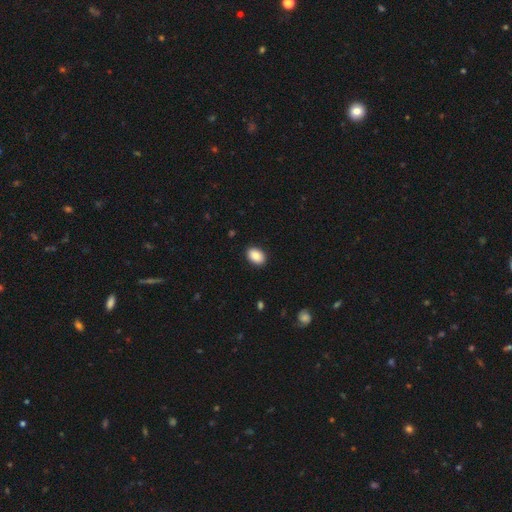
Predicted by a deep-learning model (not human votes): smooth_or_featured: smooth (p=0.88) [alt: star or artifact p=0.07]
how_rounded: in between (p=0.83) [alt: round p=0.16]
merging: none (p=0.90) [alt: minor disturbance p=0.07]